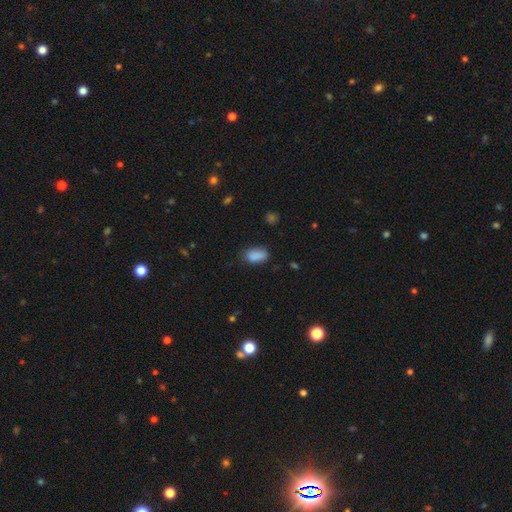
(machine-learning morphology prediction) Smooth or featured? Predicted: smooth (p=0.86). How rounded? Predicted: in between (p=0.91). Merging? Predicted: none (p=0.72).